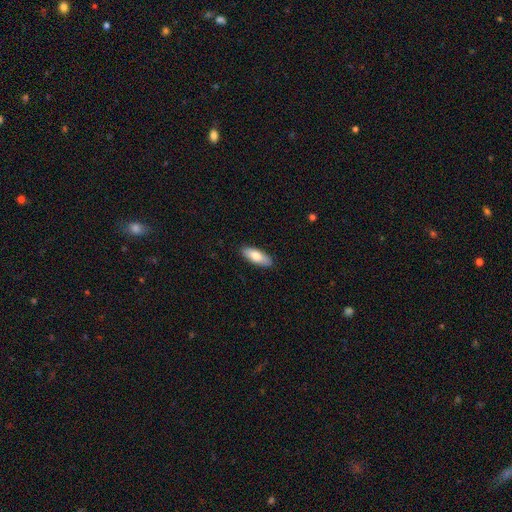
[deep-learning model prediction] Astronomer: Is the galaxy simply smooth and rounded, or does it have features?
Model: smooth — 79%.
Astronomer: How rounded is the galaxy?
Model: in between — 75%.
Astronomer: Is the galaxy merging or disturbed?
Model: none — 88%.